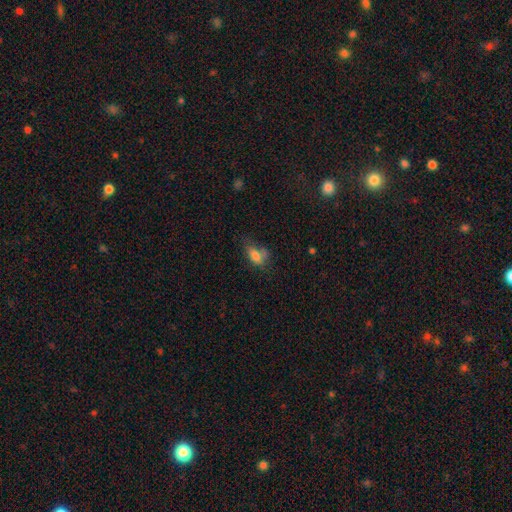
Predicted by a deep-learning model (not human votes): smooth_or_featured: smooth (p=0.75) [alt: featured or disk p=0.14]
how_rounded: in between (p=0.86) [alt: round p=0.08]
merging: none (p=0.38) [alt: minor disturbance p=0.31]